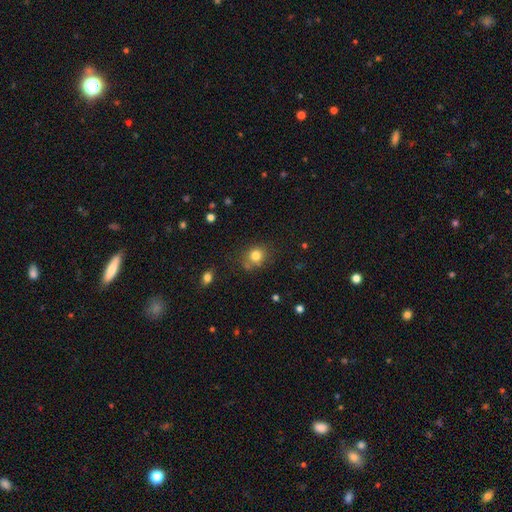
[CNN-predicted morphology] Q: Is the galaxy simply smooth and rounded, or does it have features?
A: smooth — 81%.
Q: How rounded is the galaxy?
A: round — 74%.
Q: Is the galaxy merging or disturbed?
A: none — 69%.